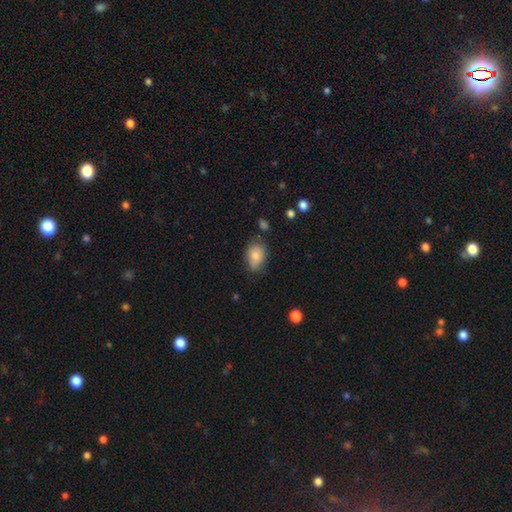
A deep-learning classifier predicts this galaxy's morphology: smooth_or_featured: smooth (p=0.81) [alt: featured or disk p=0.11]
how_rounded: in between (p=0.77) [alt: round p=0.22]
merging: none (p=0.63) [alt: minor disturbance p=0.28]